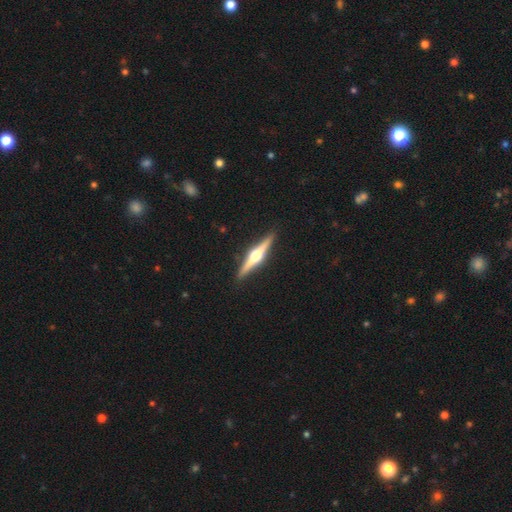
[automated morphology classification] Smooth or featured?
  - featured or disk: 80% *
  - smooth: 15%
  - star or artifact: 5%
Edge-on disk?
  - yes: 98% *
  - no: 2%
Edge-on bulge?
  - rounded: 96% *
  - boxy: 3%
  - none: 2%
Merging?
  - none: 92% *
  - minor disturbance: 6%
  - major disturbance: 1%
  - merger: 1%